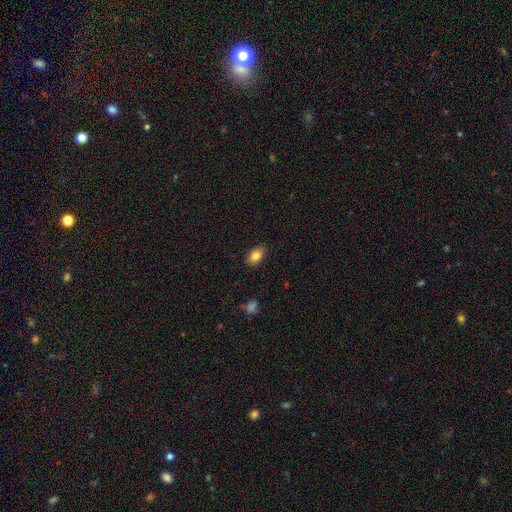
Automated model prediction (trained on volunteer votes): Smooth or featured?
  - smooth: 85% *
  - star or artifact: 9%
  - featured or disk: 7%
How rounded?
  - in between: 87% *
  - round: 11%
  - cigar-shaped: 2%
Merging?
  - none: 86% *
  - minor disturbance: 10%
  - major disturbance: 2%
  - merger: 1%